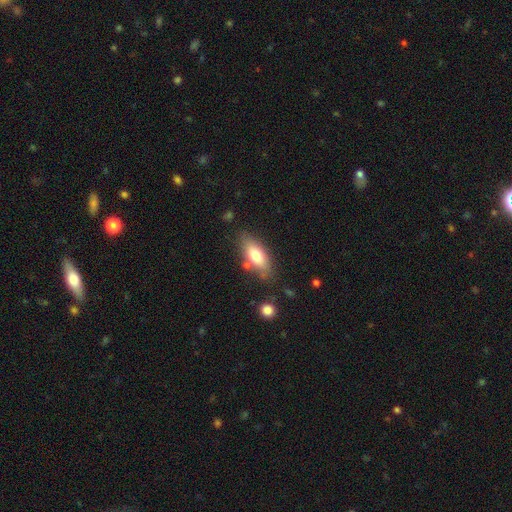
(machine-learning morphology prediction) smooth_or_featured: smooth (p=0.71) [alt: featured or disk p=0.22]
how_rounded: in between (p=0.79) [alt: cigar-shaped p=0.18]
merging: none (p=0.75) [alt: minor disturbance p=0.15]